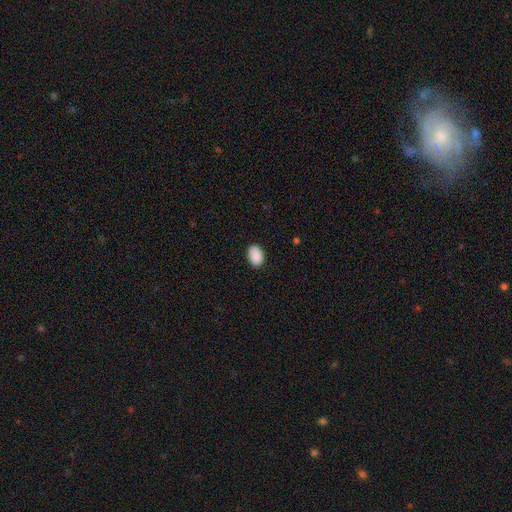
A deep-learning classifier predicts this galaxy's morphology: A smooth galaxy with no disk features (90%) that is in between round and cigar-shaped (87%). Merging: none (85%).